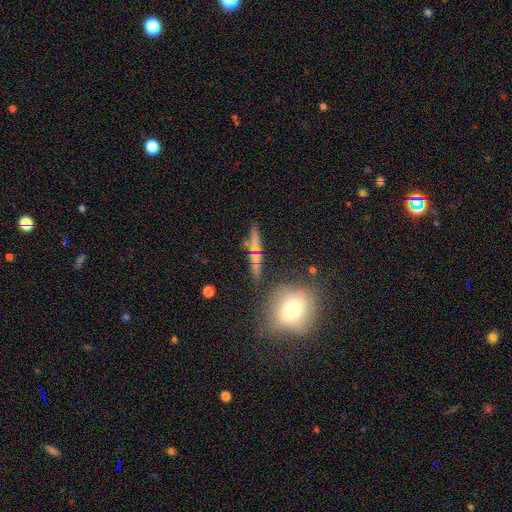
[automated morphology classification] smooth-or-featured: smooth: 41% | featured or disk: 37% | star or artifact: 22%
  merging: none: 70% | minor disturbance: 14% | merger: 10% | major disturbance: 6%